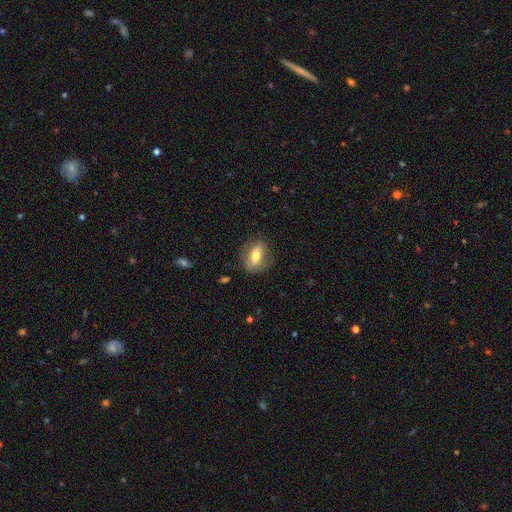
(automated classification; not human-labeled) A smooth galaxy with no disk features (56%) that is in between round and cigar-shaped (73%).

Vote fractions:
- Smooth or featured? smooth: 56% / featured or disk: 36% / star or artifact: 8%
- How rounded? in between: 73% / round: 17% / cigar-shaped: 9%
- Merging? none: 76% / minor disturbance: 17% / major disturbance: 6% / merger: 1%